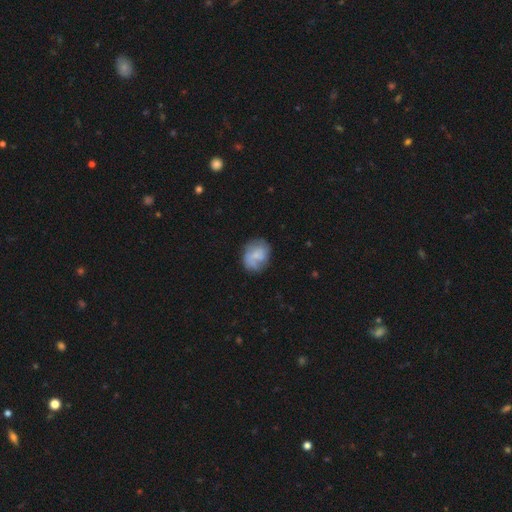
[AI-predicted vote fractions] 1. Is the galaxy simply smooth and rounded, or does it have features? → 55% smooth, 37% featured or disk, 8% star or artifact.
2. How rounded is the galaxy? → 60% round, 39% in between, 1% cigar-shaped.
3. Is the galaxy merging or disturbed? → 62% none, 24% minor disturbance, 10% major disturbance, 4% merger.